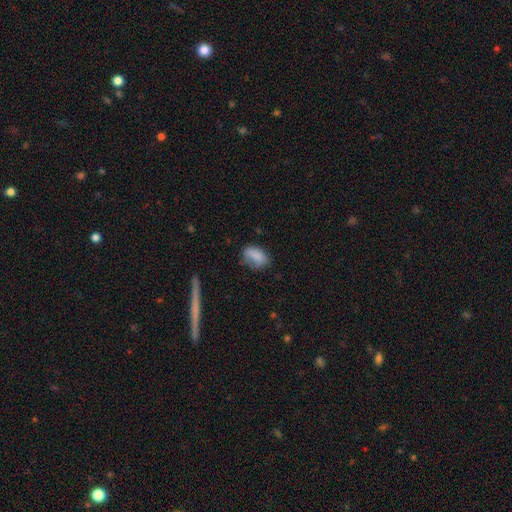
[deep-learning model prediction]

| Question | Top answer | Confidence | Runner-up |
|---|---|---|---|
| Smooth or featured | smooth | 82% | featured or disk (10%) |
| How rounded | in between | 87% | round (10%) |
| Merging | none | 55% | minor disturbance (31%) |